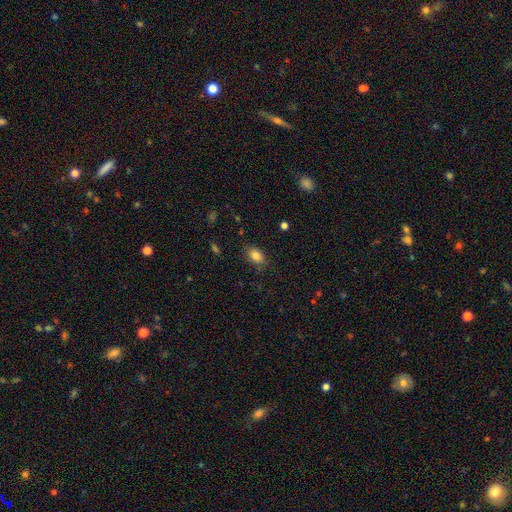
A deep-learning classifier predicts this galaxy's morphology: The model was most divided on "merging": none: 81%, minor disturbance: 14%, major disturbance: 4%, merger: 1%. More confident: how rounded — in between (86%); smooth or featured — smooth (84%).